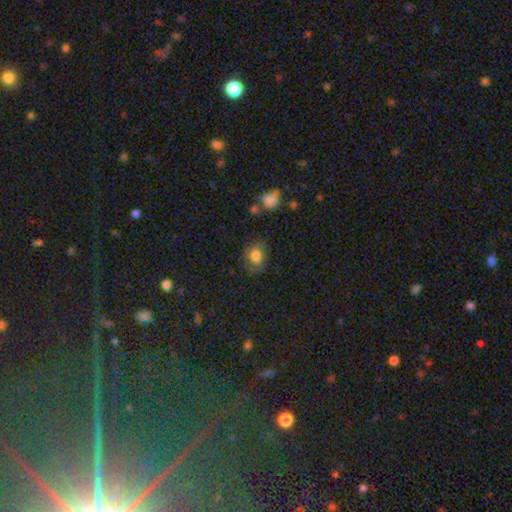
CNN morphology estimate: The model was most divided on "how rounded": in between: 62%, round: 37%, cigar-shaped: 1%. More confident: smooth or featured — smooth (80%); merging — none (75%).